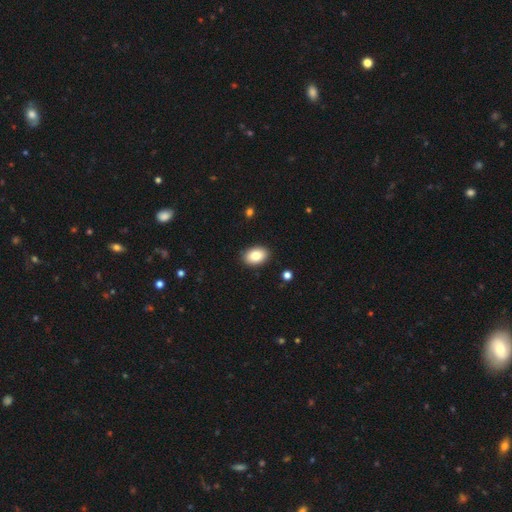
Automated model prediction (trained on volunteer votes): The model was most divided on "how rounded": in between: 85%, round: 14%, cigar-shaped: 1%. More confident: merging — none (90%); smooth or featured — smooth (84%).